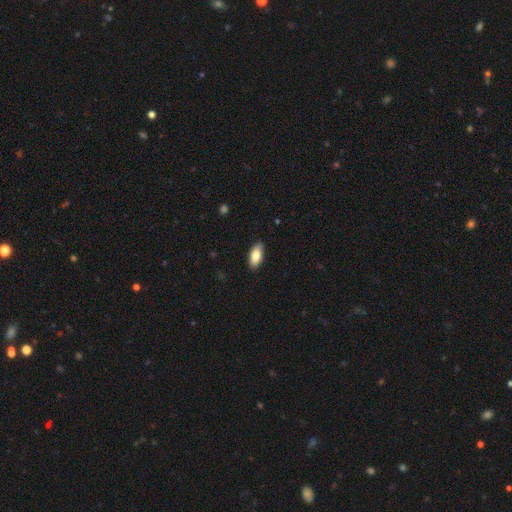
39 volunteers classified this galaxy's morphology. This is clearly a smooth galaxy (87%). How rounded: clearly in between (85%). Merging: clearly none (95%).